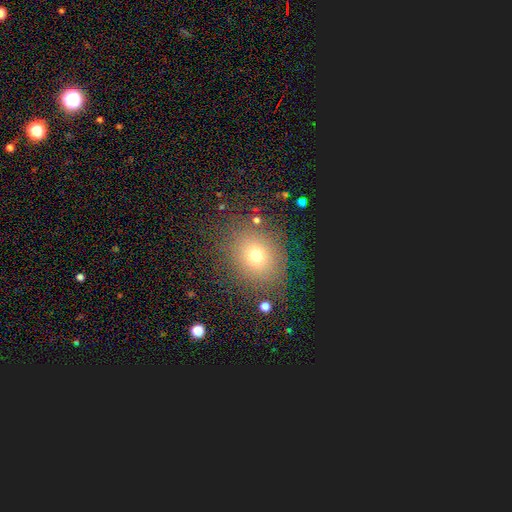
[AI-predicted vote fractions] Smooth or featured?
  - smooth: 68% *
  - star or artifact: 20%
  - featured or disk: 13%
How rounded?
  - round: 61% *
  - in between: 38%
  - cigar-shaped: 1%
Merging?
  - none: 82% *
  - minor disturbance: 11%
  - major disturbance: 5%
  - merger: 2%